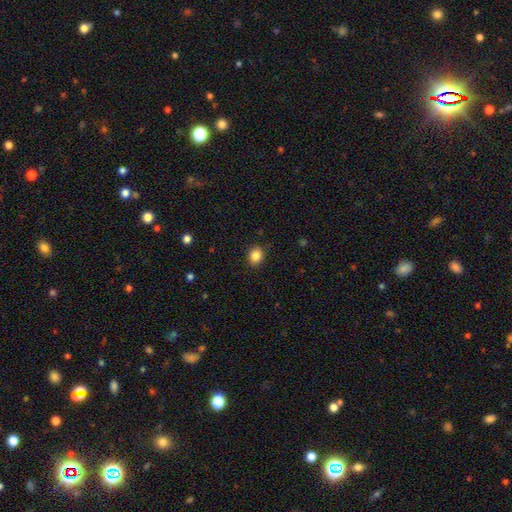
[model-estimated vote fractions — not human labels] smooth 85%, star or artifact 10%, featured or disk 4%. Down the decision tree: how rounded — round (66%); merging — none (85%).